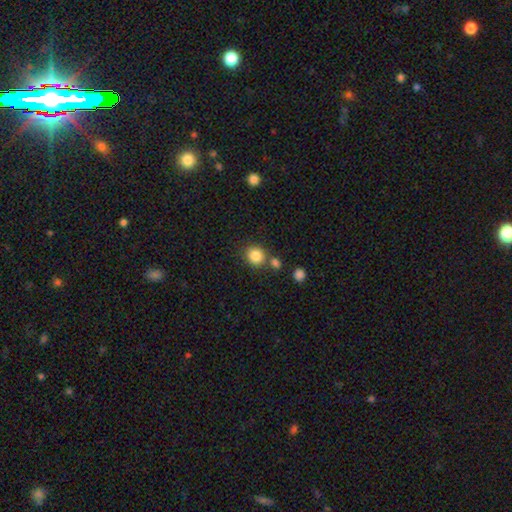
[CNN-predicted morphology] type=smooth (85%); roundness=round (86%); merging=none (72%).